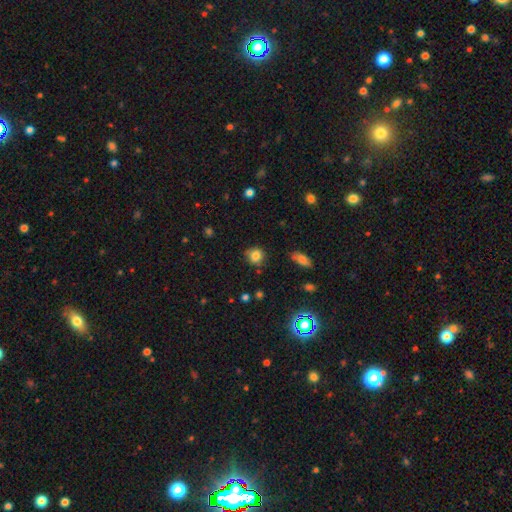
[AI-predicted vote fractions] A smooth galaxy with no disk features (81%) that is round (81%).

Vote fractions:
- Smooth or featured? smooth: 81% / star or artifact: 12% / featured or disk: 7%
- How rounded? round: 81% / in between: 18% / cigar-shaped: 1%
- Merging? none: 76% / minor disturbance: 17% / major disturbance: 4% / merger: 3%